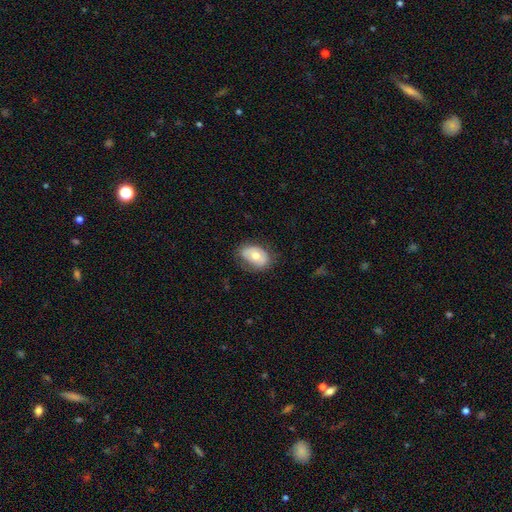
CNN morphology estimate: smooth_or_featured: smooth (p=0.63) [alt: featured or disk p=0.30]
how_rounded: in between (p=0.83) [alt: round p=0.16]
merging: none (p=0.70) [alt: minor disturbance p=0.22]